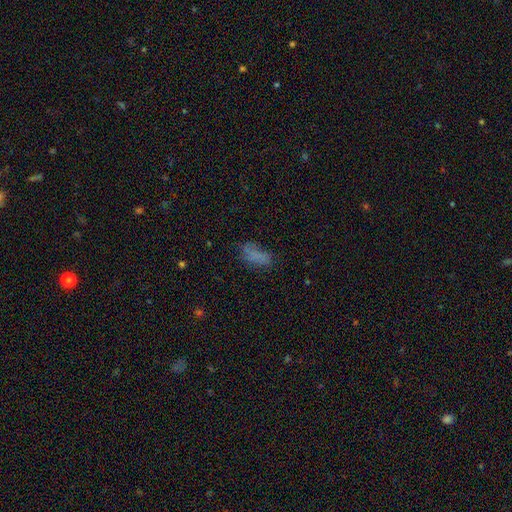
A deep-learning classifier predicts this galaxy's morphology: type=smooth (69%); roundness=in between (81%); merging=none (54%).